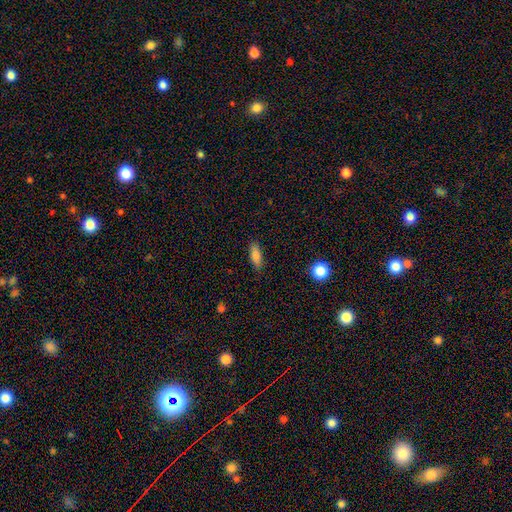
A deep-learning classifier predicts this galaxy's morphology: Q: Smooth or featured?
A: smooth (83%); runner-up: featured or disk (9%)
Q: How rounded?
A: in between (60%); runner-up: cigar-shaped (38%)
Q: Merging?
A: none (86%); runner-up: minor disturbance (11%)